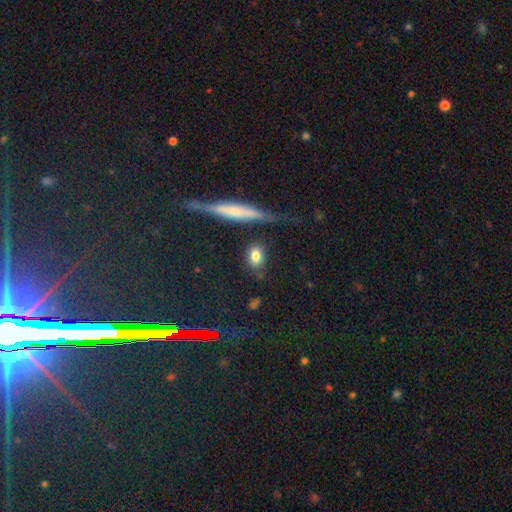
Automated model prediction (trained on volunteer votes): Morphology: type=smooth (80%); roundness=in between (71%); merging=none (77%).